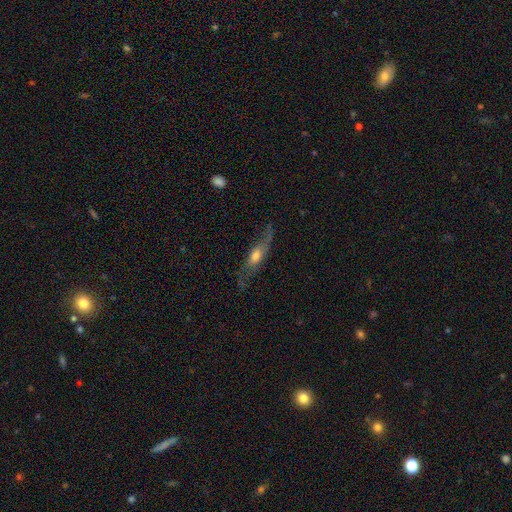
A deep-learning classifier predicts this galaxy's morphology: type=featured or disk (58%); edge-on=no (50%, tied with yes); merging=none (62%).